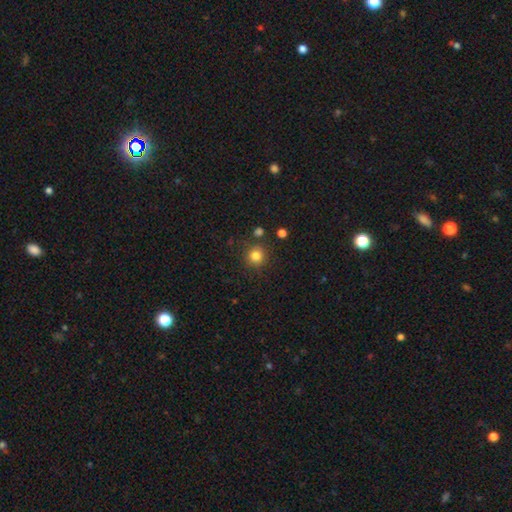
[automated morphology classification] type=smooth (82%); roundness=round (92%); merging=none (84%).